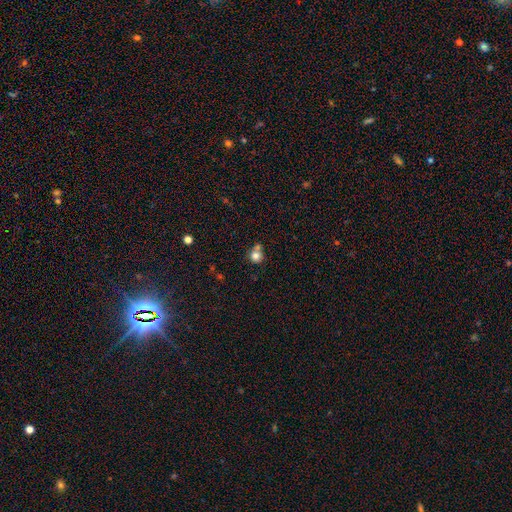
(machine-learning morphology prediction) Smooth or featured? smooth (78%)
How rounded? round (88%)
Merging? none (54%)